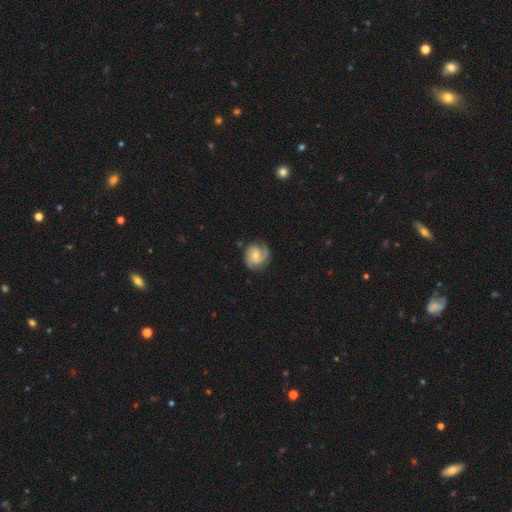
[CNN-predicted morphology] Smooth or featured: featured or disk — 78% (smooth — 17%)
Edge-on disk: no — 98% (yes — 2%)
Bar: no — 51% (weak — 41%)
Spiral arms: yes — 95% (no — 5%)
Spiral winding: tight — 46% (medium — 41%)
Spiral arm count: 2 — 68% (1 — 10%)
Bulge size: moderate — 50% (small — 43%)
Merging: none — 73% (minor disturbance — 19%)